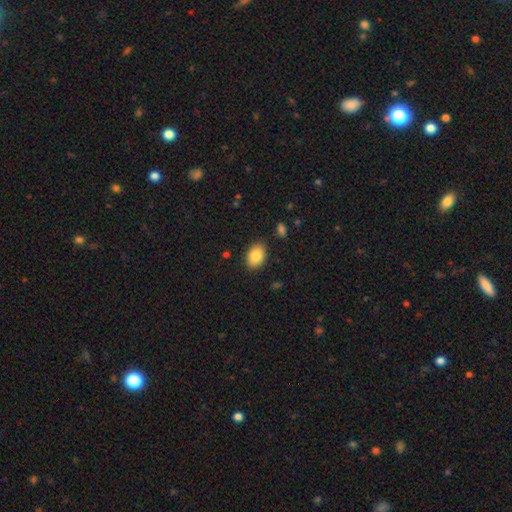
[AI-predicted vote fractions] Smooth or featured? Predicted: smooth (p=0.86). How rounded? Predicted: in between (p=0.82). Merging? Predicted: none (p=0.86).